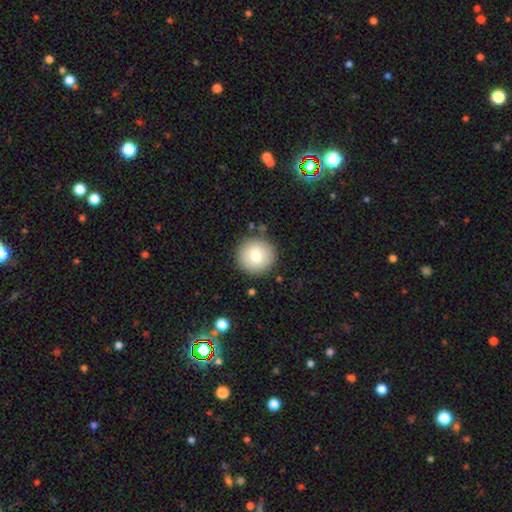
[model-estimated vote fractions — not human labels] Overall: smooth (79%). How rounded: round (95%). Merging: none (88%).